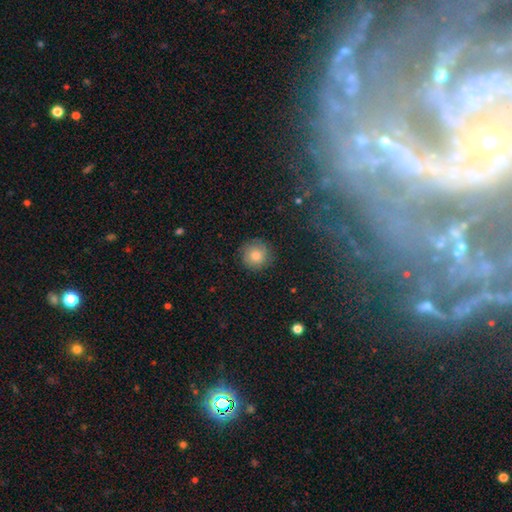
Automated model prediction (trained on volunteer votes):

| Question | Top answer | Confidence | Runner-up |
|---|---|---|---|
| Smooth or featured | smooth | 81% | star or artifact (10%) |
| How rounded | round | 94% | in between (5%) |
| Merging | none | 87% | minor disturbance (9%) |